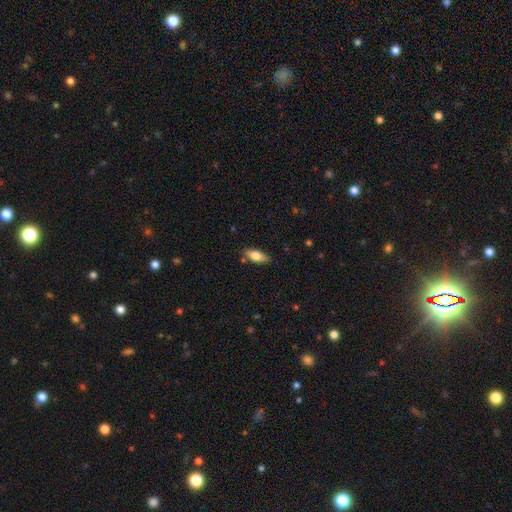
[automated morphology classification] A smooth galaxy with no disk features (72%) that is in between round and cigar-shaped (77%).

Vote fractions:
- Smooth or featured? smooth: 72% / featured or disk: 22% / star or artifact: 7%
- How rounded? in between: 77% / cigar-shaped: 21% / round: 3%
- Merging? none: 81% / minor disturbance: 13% / merger: 3% / major disturbance: 3%